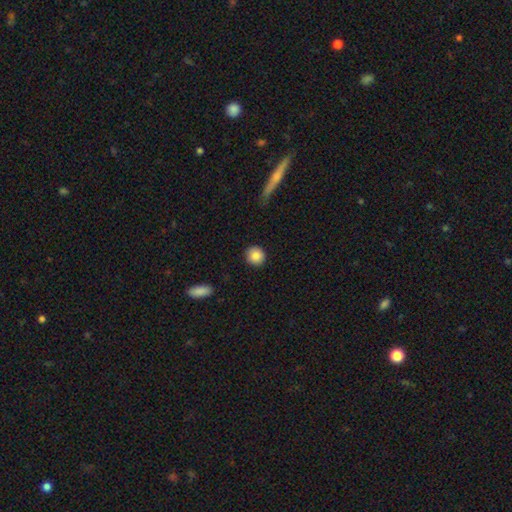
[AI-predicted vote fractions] Q: Smooth or featured?
A: smooth (87%); runner-up: star or artifact (8%)
Q: How rounded?
A: round (89%); runner-up: in between (9%)
Q: Merging?
A: none (90%); runner-up: minor disturbance (7%)